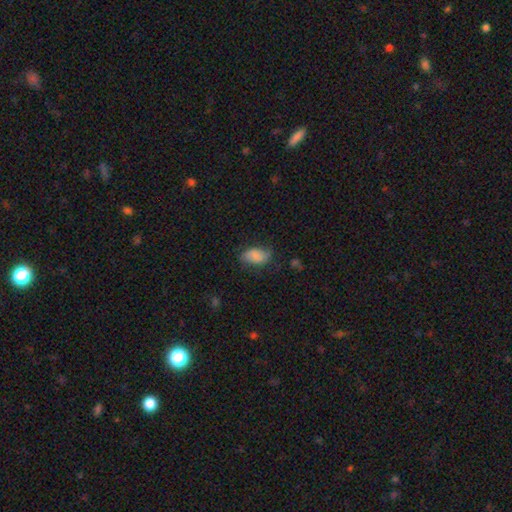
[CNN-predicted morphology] Overall: smooth (82%). How rounded: in between (92%). Merging: none (66%).